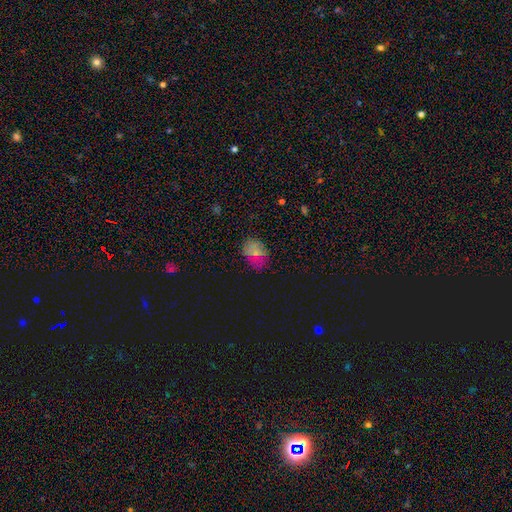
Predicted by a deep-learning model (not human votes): Smooth or featured? Predicted: smooth (p=0.60). How rounded? Predicted: in between (p=0.72). Merging? Predicted: none (p=0.79).